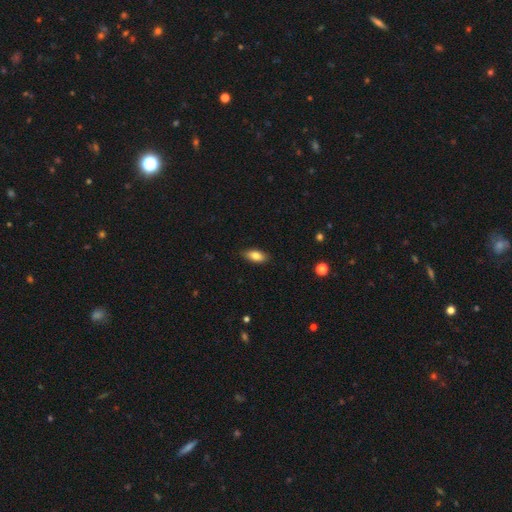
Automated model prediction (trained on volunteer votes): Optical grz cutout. It shows a smooth galaxy with no disk features (82%) that is in between round and cigar-shaped (87%). Merging: none (86%).